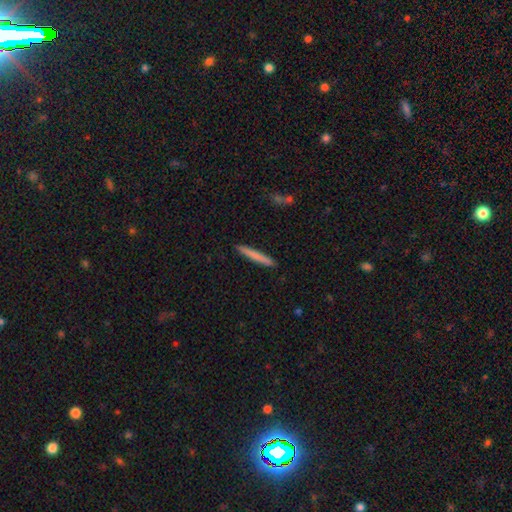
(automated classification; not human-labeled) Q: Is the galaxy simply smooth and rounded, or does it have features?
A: smooth — 75%.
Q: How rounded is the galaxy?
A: cigar-shaped — 96%.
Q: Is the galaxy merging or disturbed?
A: none — 91%.